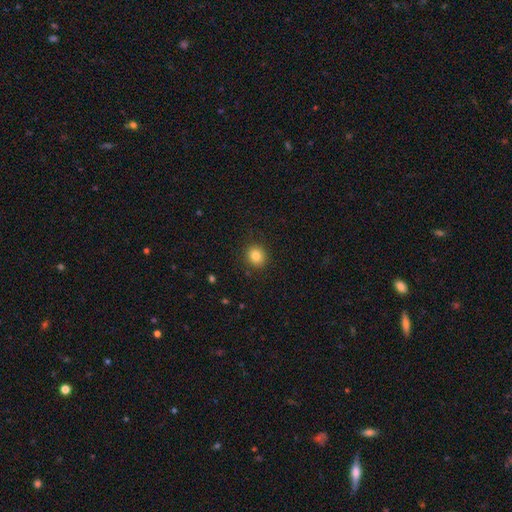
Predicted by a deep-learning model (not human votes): smooth 84%, star or artifact 10%, featured or disk 6%. Down the decision tree: how rounded — round (83%); merging — none (89%).